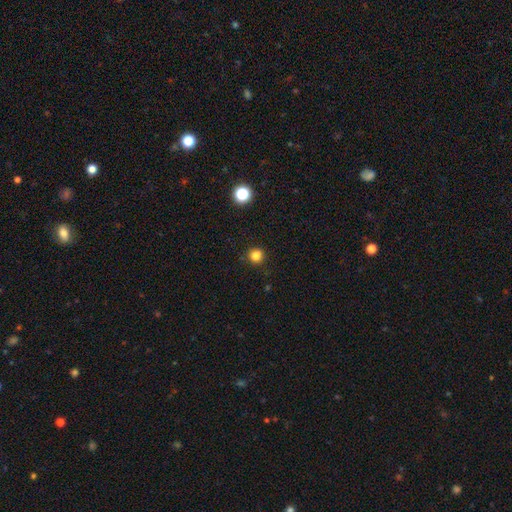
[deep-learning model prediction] Overall: smooth (83%). How rounded: round (94%). Merging: none (91%).